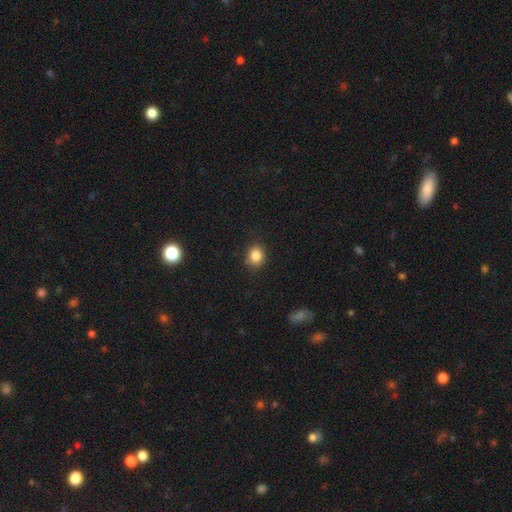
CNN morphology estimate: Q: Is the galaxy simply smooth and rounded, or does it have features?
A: smooth — 84%.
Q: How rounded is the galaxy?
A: round — 65%.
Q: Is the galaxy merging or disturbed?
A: none — 84%.